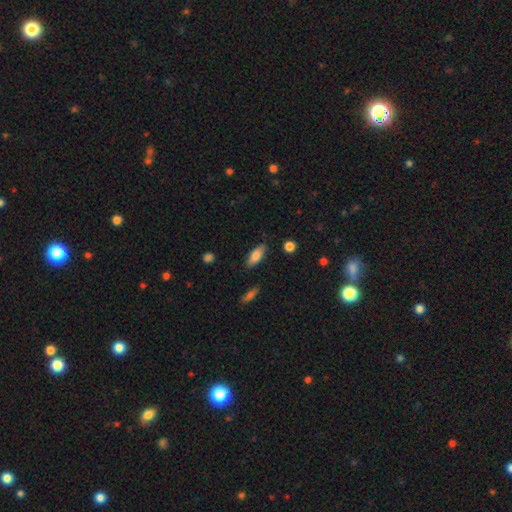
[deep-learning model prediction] smooth 78%, featured or disk 15%, star or artifact 7%. Down the decision tree: how rounded — in between (74%); merging — none (83%).